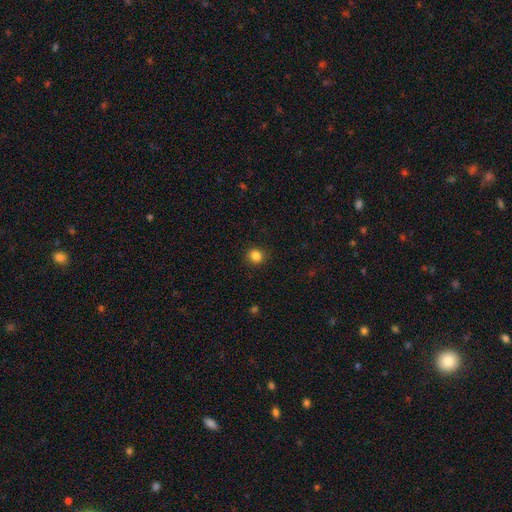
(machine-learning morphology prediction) Smooth or featured?
  - smooth: 85% *
  - star or artifact: 11%
  - featured or disk: 4%
How rounded?
  - round: 87% *
  - in between: 12%
  - cigar-shaped: 1%
Merging?
  - none: 90% *
  - minor disturbance: 6%
  - major disturbance: 2%
  - merger: 1%